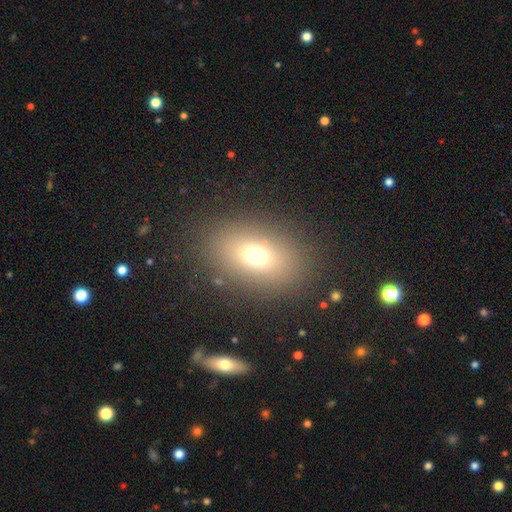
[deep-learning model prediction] smooth-or-featured: smooth: 70% | star or artifact: 16% | featured or disk: 14%
  how-rounded: in between: 76% | round: 22% | cigar-shaped: 2%
  merging: none: 84% | minor disturbance: 9% | major disturbance: 5% | merger: 2%